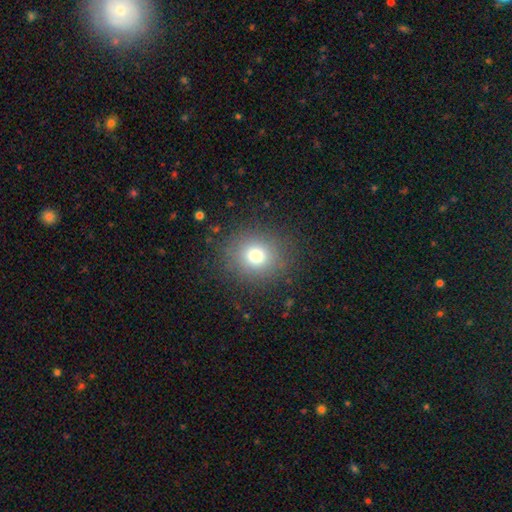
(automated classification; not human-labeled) Smooth or featured? smooth (77%)
How rounded? round (80%)
Merging? none (86%)